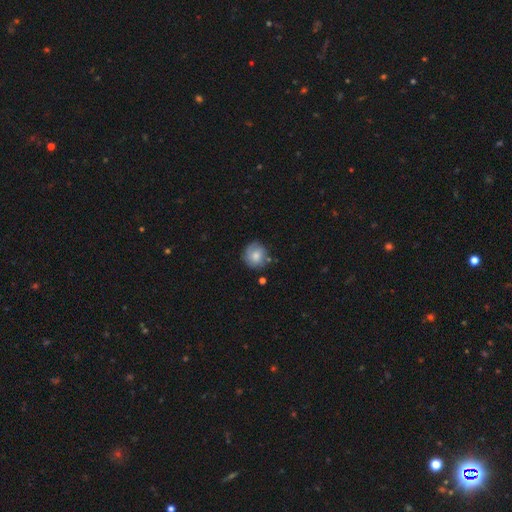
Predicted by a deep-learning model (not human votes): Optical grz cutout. It shows a smooth galaxy with no disk features (64%) that is round (86%). Merging: none (71%).